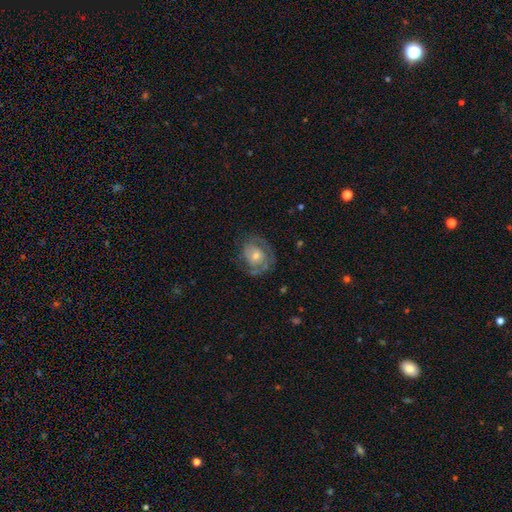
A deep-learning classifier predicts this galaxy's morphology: Overall: featured or disk (68%). Edge-on disk: no (97%). Bar: no (76%). Spiral arms: yes (80%). Spiral arm count: 2 (48%; can't tell 27%). Spiral winding: tight (52%; medium 34%). Bulge size: moderate (49%; small 43%). Merging: none (62%; minor disturbance 22%).